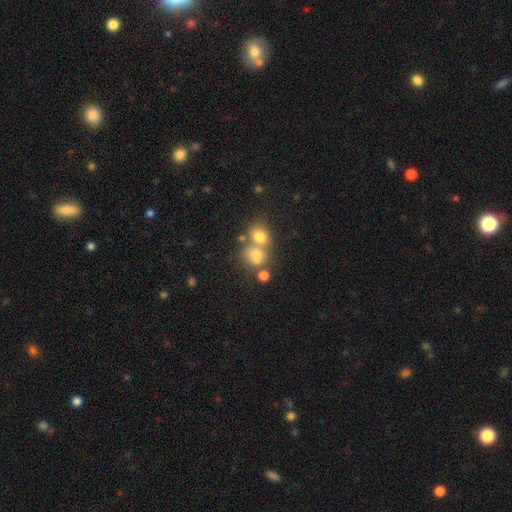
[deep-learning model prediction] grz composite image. It shows a smooth galaxy with no disk features (71%) that is round (61%). Merging: merger (47%).